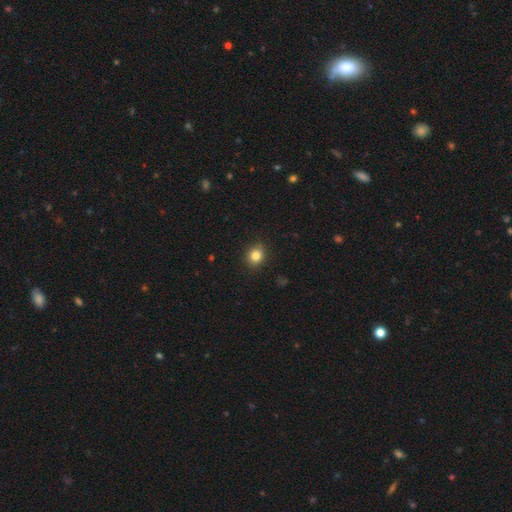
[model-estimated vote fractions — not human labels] Morphology: type=smooth (83%); roundness=round (72%); merging=none (89%).